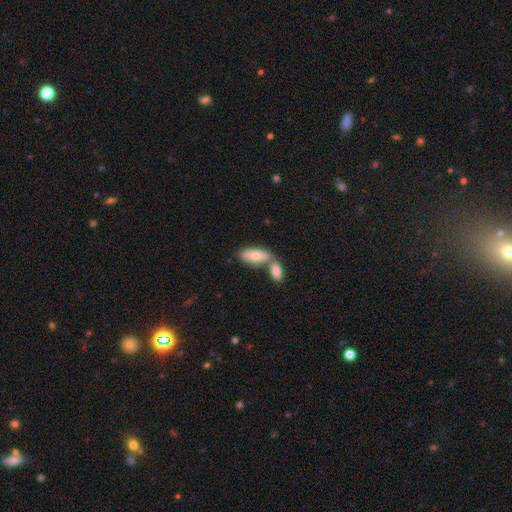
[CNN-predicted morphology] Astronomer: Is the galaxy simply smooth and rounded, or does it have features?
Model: smooth — 74%.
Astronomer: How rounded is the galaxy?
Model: in between — 82%.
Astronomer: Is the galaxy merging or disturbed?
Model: merger — 47% (runner-up: none, 41%).